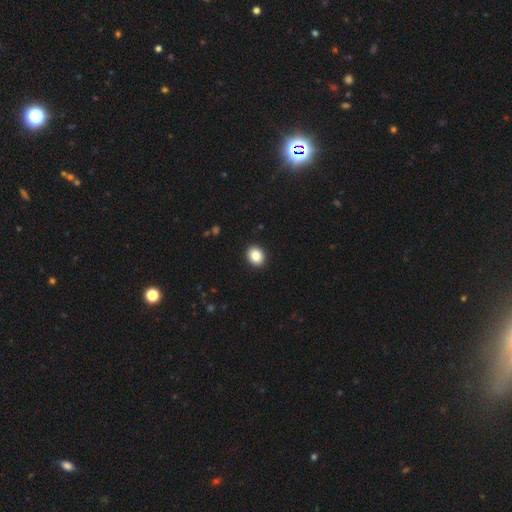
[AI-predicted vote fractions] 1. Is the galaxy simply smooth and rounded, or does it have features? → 86% smooth, 9% star or artifact, 5% featured or disk.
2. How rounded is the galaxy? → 60% round, 40% in between, 1% cigar-shaped.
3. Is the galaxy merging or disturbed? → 92% none, 5% minor disturbance, 2% major disturbance, 1% merger.